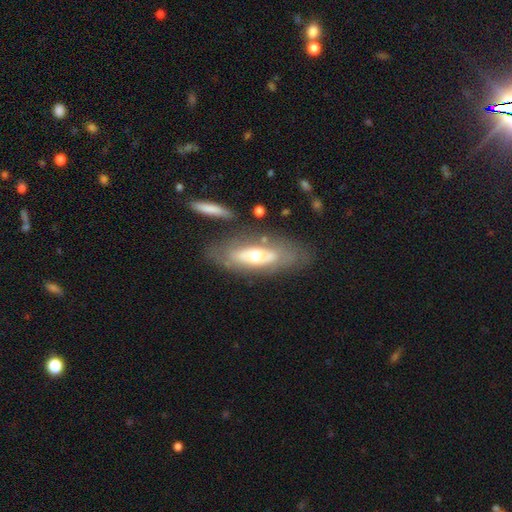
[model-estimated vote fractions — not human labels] Smooth or featured: featured or disk — 60% (smooth — 34%)
Edge-on disk: no — 76% (yes — 24%)
Merging: none — 66% (minor disturbance — 17%)